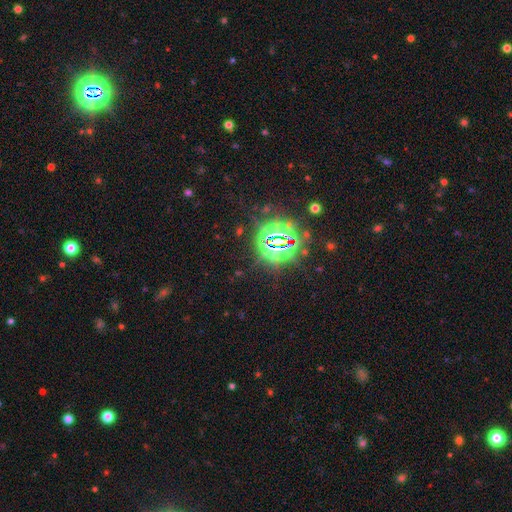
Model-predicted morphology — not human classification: star or artifact 83%, smooth 9%, featured or disk 8%.